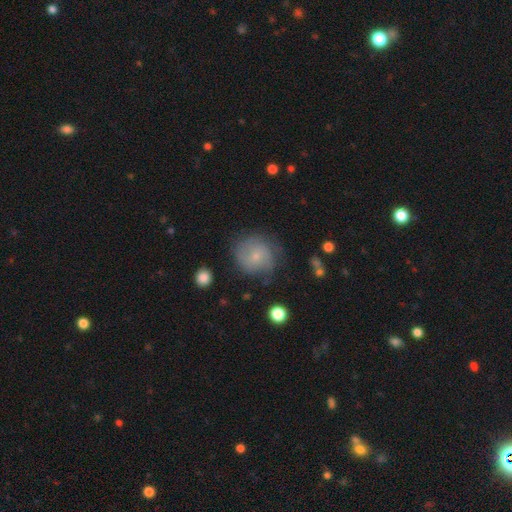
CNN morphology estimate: smooth-or-featured: smooth: 56% | featured or disk: 35% | star or artifact: 9%
  how-rounded: round: 88% | in between: 11% | cigar-shaped: 1%
  merging: none: 66% | minor disturbance: 22% | major disturbance: 10% | merger: 2%